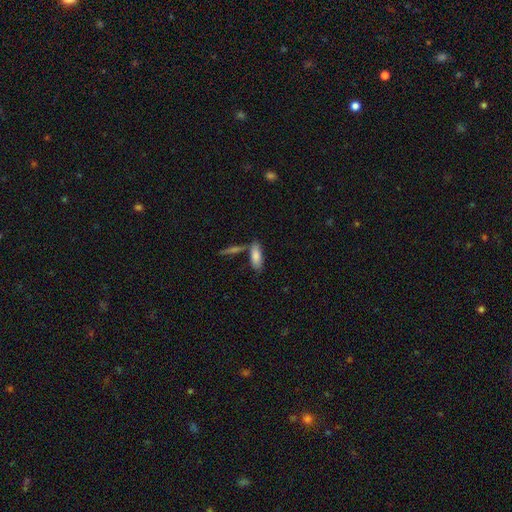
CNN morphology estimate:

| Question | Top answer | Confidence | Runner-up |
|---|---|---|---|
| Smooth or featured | smooth | 81% | featured or disk (13%) |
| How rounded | in between | 71% | cigar-shaped (27%) |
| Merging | none | 63% | merger (21%) |